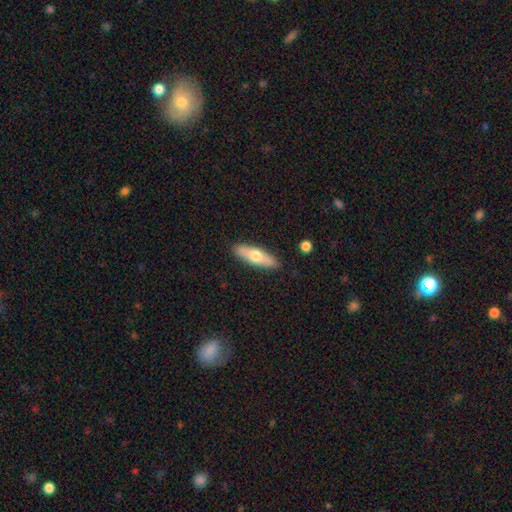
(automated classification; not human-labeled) smooth-or-featured: smooth: 57% | featured or disk: 38% | star or artifact: 6%
  how-rounded: cigar-shaped: 57% | in between: 41% | round: 2%
  merging: none: 88% | minor disturbance: 8% | major disturbance: 2% | merger: 2%